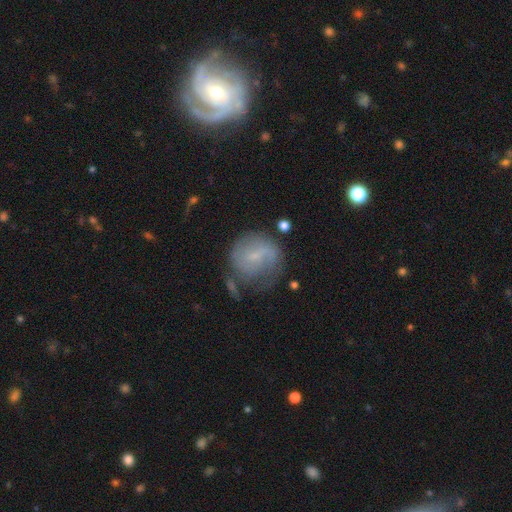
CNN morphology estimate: Overall: featured or disk (47%; smooth 43%). Merging: none (49%; minor disturbance 27%).